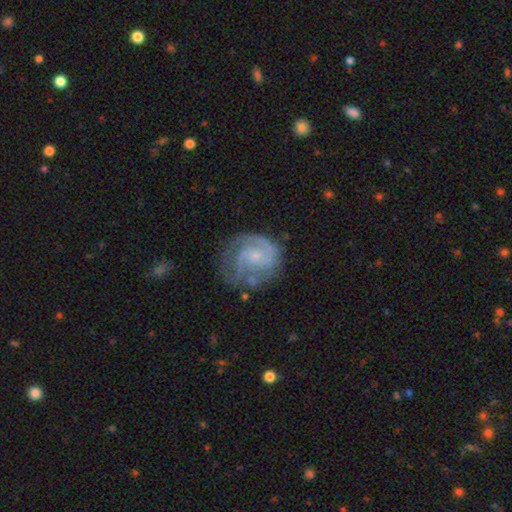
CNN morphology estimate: smooth-or-featured: featured or disk: 81% | smooth: 13% | star or artifact: 6%
  disk-edge-on: no: 98% | yes: 2%
    bar: no: 61% | weak: 34% | strong: 5%
    has-spiral-arms: yes: 94% | no: 6%
      spiral-winding: tight: 48% | medium: 40% | loose: 11%
      spiral-arm-count: 2: 54% | can't tell: 18% | 3: 15% | 1: 7% | 4: 3% | more than 4: 3%
    bulge-size: small: 65% | moderate: 24% | none: 9% | large: 2% | dominant: 1%
  merging: none: 62% | minor disturbance: 22% | major disturbance: 13% | merger: 3%